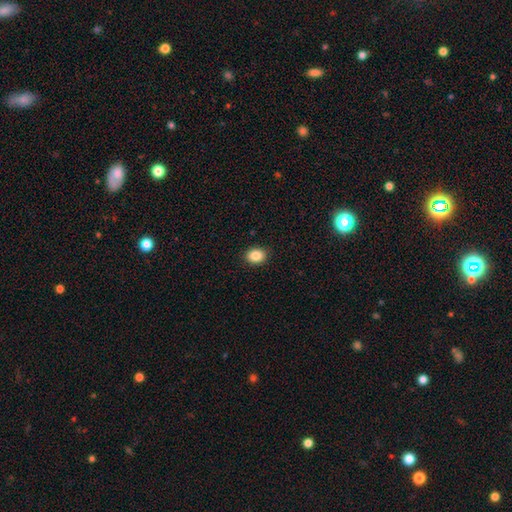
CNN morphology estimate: This appears to be a smooth galaxy with no disk features (87%) that is in between round and cigar-shaped (53%). Merging: none (91%).